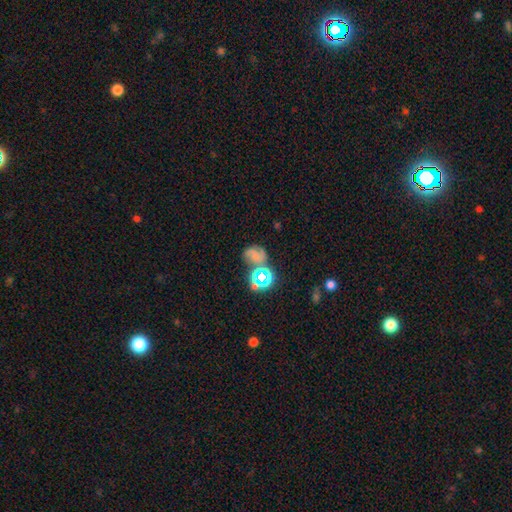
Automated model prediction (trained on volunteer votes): smooth-or-featured: smooth: 37% | featured or disk: 33% | star or artifact: 30%
  merging: none: 45% | minor disturbance: 21% | merger: 18% | major disturbance: 17%